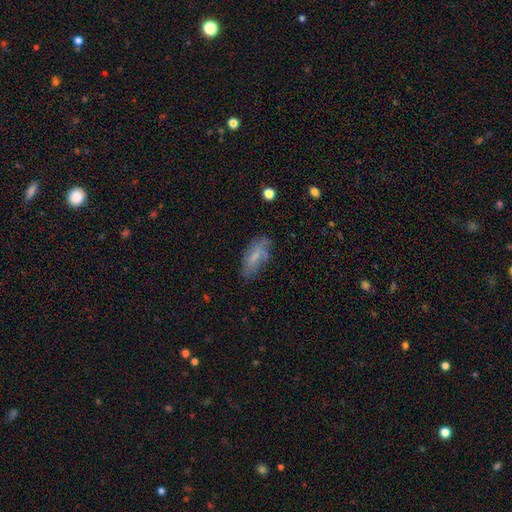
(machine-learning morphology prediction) This appears to be a smooth galaxy with no disk features (61%) that is in between round and cigar-shaped (74%). Merging: none (67%).